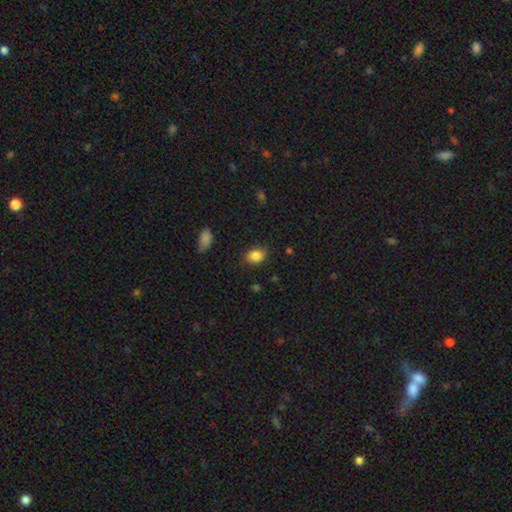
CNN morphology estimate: smooth-or-featured: smooth: 86% | star or artifact: 9% | featured or disk: 5%
  how-rounded: in between: 69% | round: 29% | cigar-shaped: 1%
  merging: none: 77% | minor disturbance: 17% | major disturbance: 4% | merger: 1%